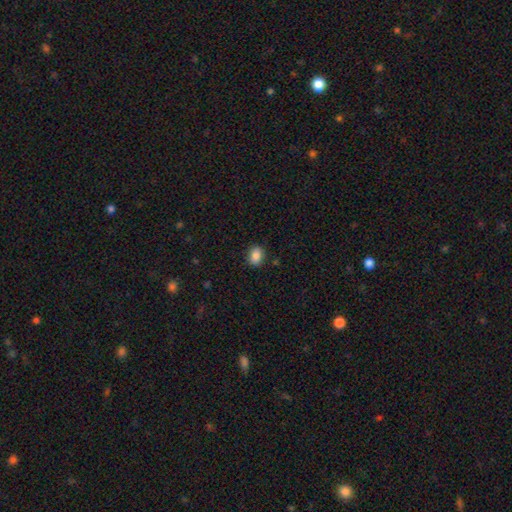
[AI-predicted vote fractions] A smooth galaxy with no disk features (86%) that is in between round and cigar-shaped (67%).

Vote fractions:
- Smooth or featured? smooth: 86% / star or artifact: 9% / featured or disk: 5%
- How rounded? in between: 67% / round: 31% / cigar-shaped: 1%
- Merging? none: 87% / minor disturbance: 10% / major disturbance: 2% / merger: 1%